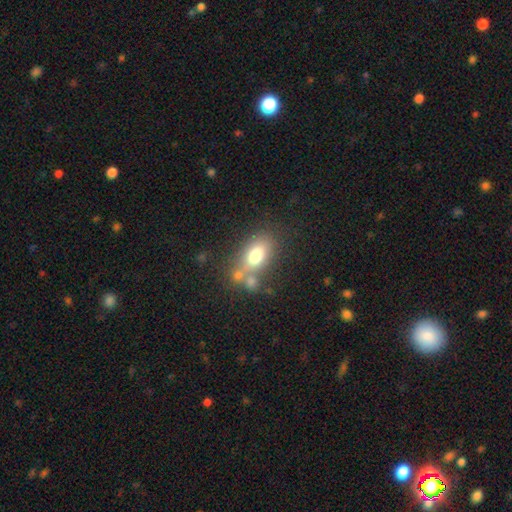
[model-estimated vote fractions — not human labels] Smooth or featured? smooth (73%)
How rounded? in between (82%)
Merging? none (51%)